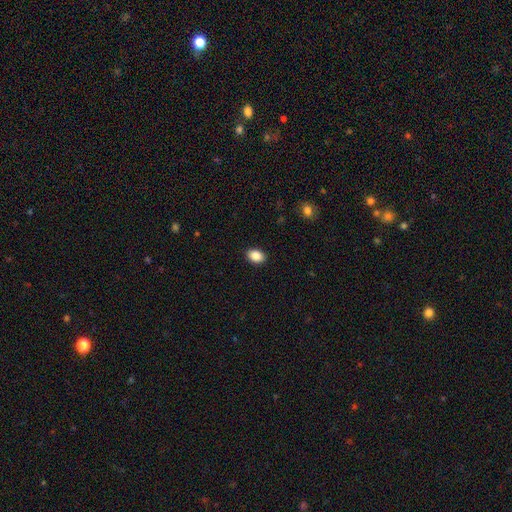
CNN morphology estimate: Overall: smooth (88%). How rounded: in between (81%). Merging: none (90%).